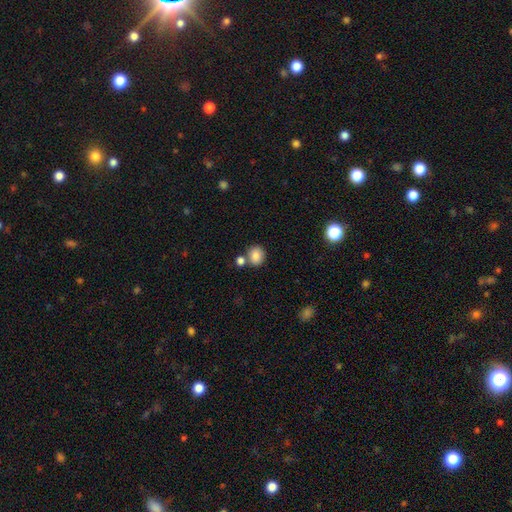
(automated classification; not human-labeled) The model was most divided on "how rounded": round: 66%, in between: 33%, cigar-shaped: 1%. More confident: smooth or featured — smooth (84%); merging — none (64%).